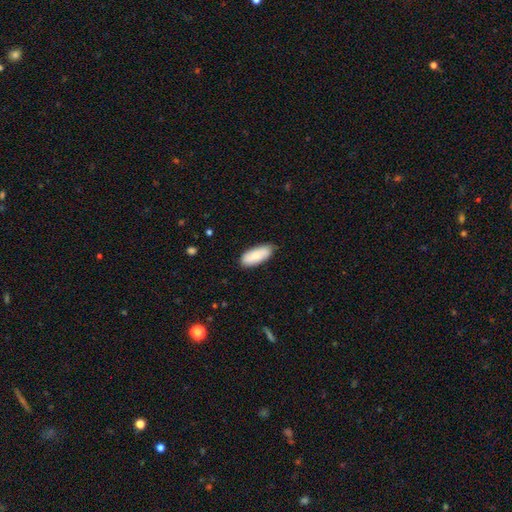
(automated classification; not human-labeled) Smooth or featured? smooth (86%)
How rounded? in between (82%)
Merging? none (81%)